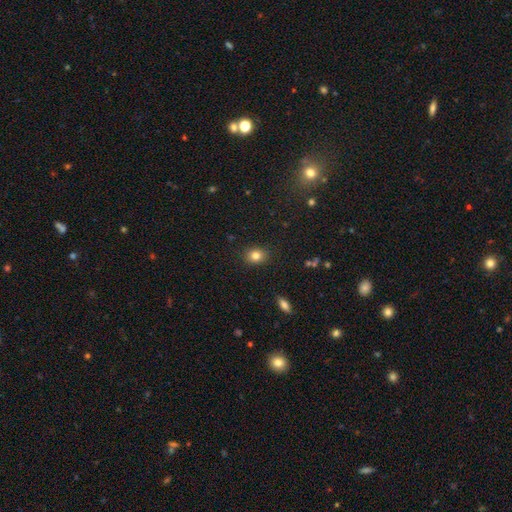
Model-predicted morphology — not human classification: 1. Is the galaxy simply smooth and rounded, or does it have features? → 82% smooth, 11% star or artifact, 7% featured or disk.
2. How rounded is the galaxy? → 57% round, 42% in between, 1% cigar-shaped.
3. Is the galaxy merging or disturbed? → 88% none, 9% minor disturbance, 2% major disturbance, 1% merger.